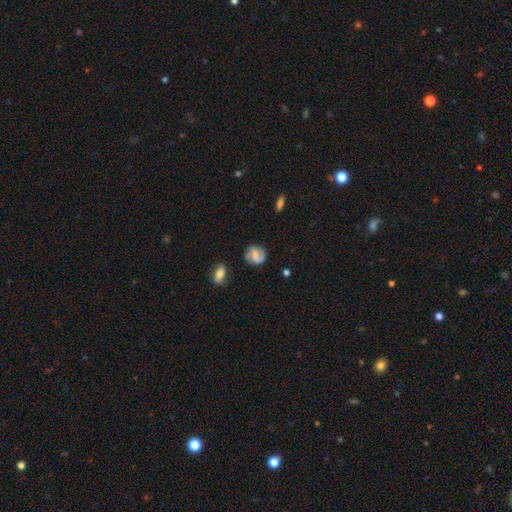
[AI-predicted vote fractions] Smooth or featured? Predicted: featured or disk (p=0.63). Edge-on disk? Predicted: no (p=0.97). Bar? Predicted: weak (p=0.43). Spiral arms? Predicted: yes (p=0.89). Spiral winding? Predicted: medium (p=0.43). Spiral arm count? Predicted: 2 (p=0.86). Bulge size? Predicted: none (p=0.42). Merging? Predicted: none (p=0.77).